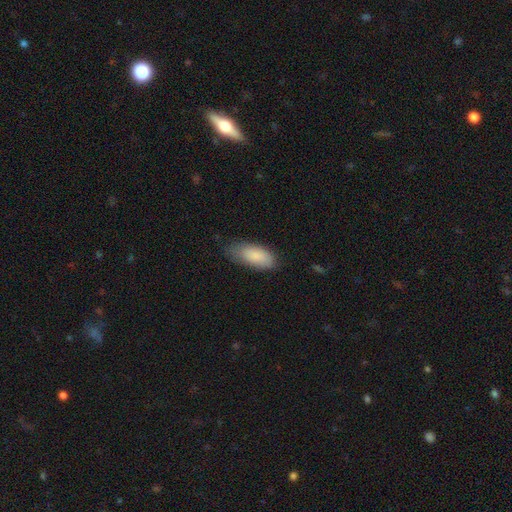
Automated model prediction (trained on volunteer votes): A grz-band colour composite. It shows a smooth galaxy with no disk features (86%) that is in between round and cigar-shaped (86%). Merging: none (66%).